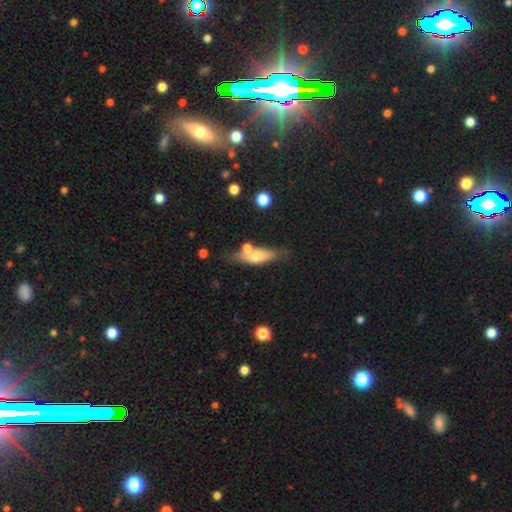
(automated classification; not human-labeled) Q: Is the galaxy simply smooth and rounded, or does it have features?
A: smooth — 55%.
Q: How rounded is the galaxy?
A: cigar-shaped — 50%.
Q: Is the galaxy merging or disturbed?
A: none — 58%.